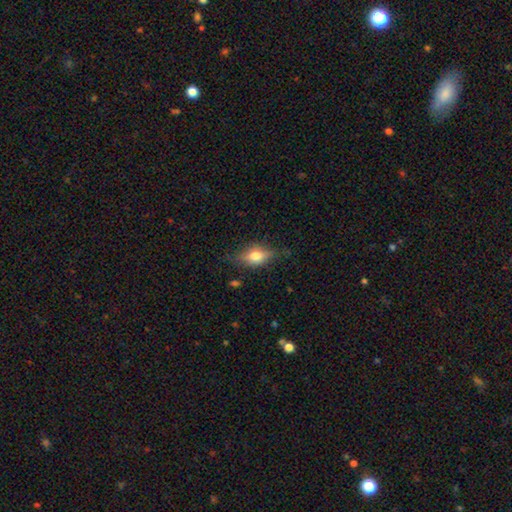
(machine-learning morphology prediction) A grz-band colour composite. It shows a smooth galaxy with no disk features (62%) that is in between round and cigar-shaped (77%). Merging: none (72%).